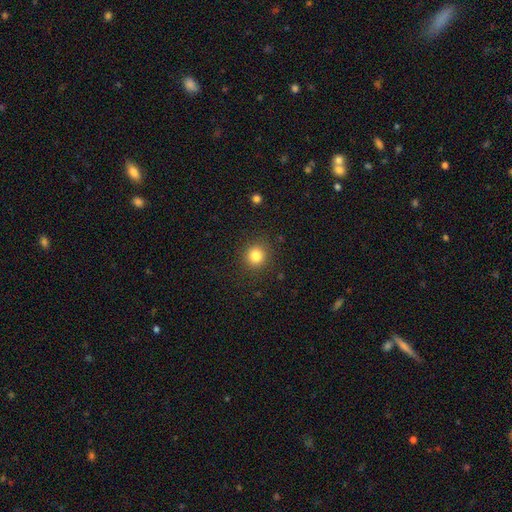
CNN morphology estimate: The model was most divided on "smooth or featured": smooth: 82%, star or artifact: 12%, featured or disk: 6%. More confident: how rounded — round (91%); merging — none (89%).